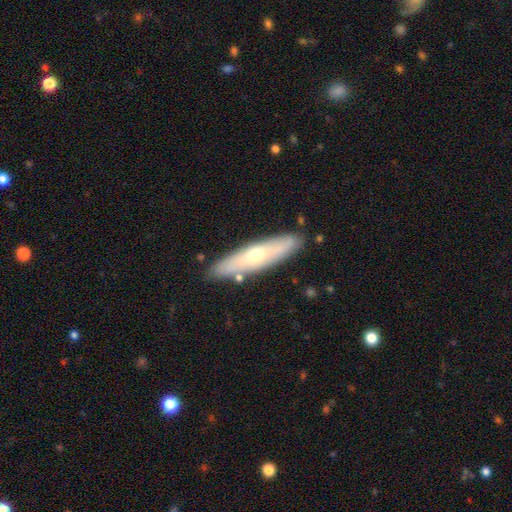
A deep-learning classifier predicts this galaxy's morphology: A smooth galaxy with no disk features (50%).

Vote fractions:
- Smooth or featured? smooth: 50% / featured or disk: 45% / star or artifact: 6%
- Merging? none: 84% / minor disturbance: 11% / merger: 3% / major disturbance: 2%